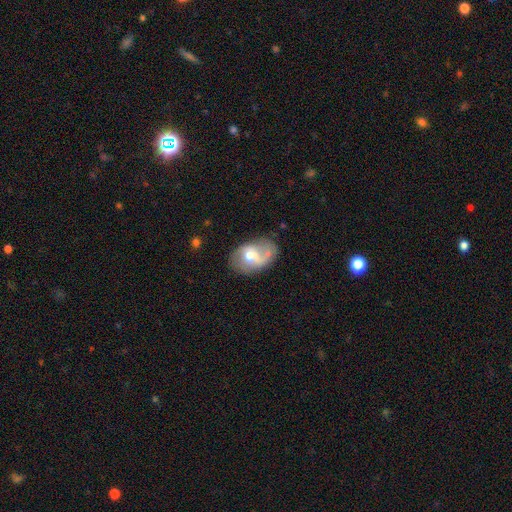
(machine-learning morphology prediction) type=featured or disk (59%); edge-on=no (96%); bar=no (45%); spiral arms=yes (70%); bulge=moderate (58%); merging=none (47%).